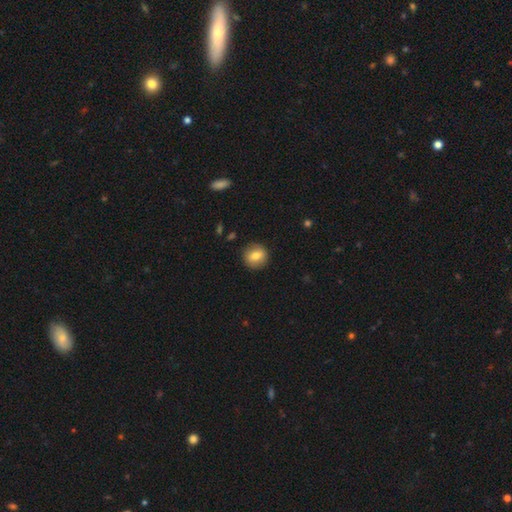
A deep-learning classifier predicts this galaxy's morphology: Smooth or featured? smooth (76%)
How rounded? round (85%)
Merging? none (89%)